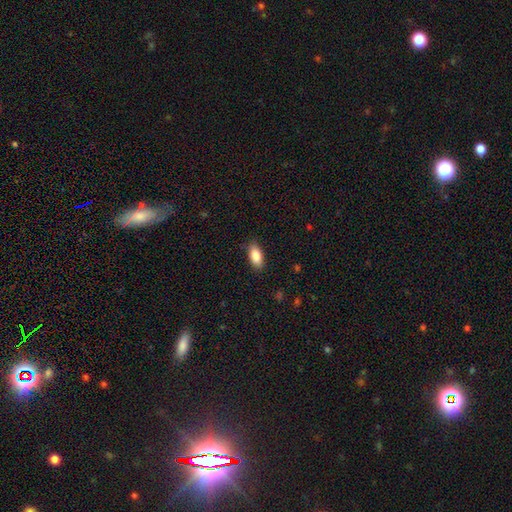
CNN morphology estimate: The model was most divided on "merging": none: 84%, minor disturbance: 12%, major disturbance: 3%, merger: 1%. More confident: how rounded — in between (90%); smooth or featured — smooth (88%).